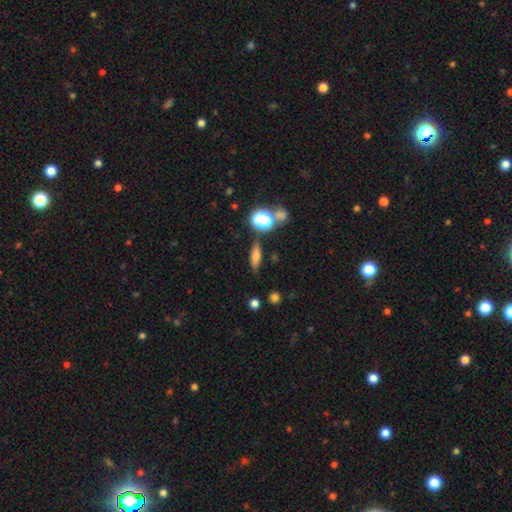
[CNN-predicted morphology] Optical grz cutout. It shows a smooth galaxy with no disk features (65%) that is cigar-shaped (50%). Merging: none (77%).